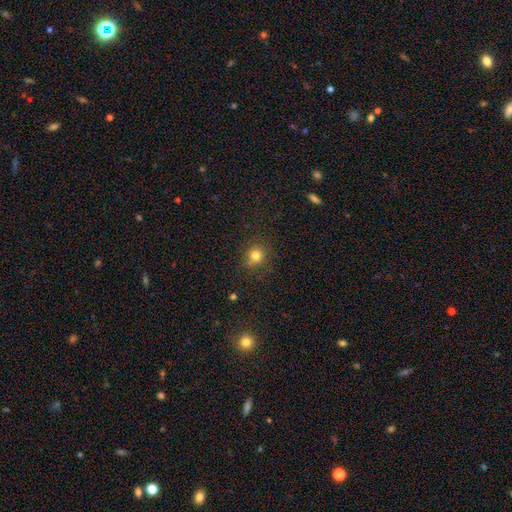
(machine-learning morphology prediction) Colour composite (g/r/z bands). It shows a smooth galaxy with no disk features (77%) that is round (89%). Merging: none (80%).